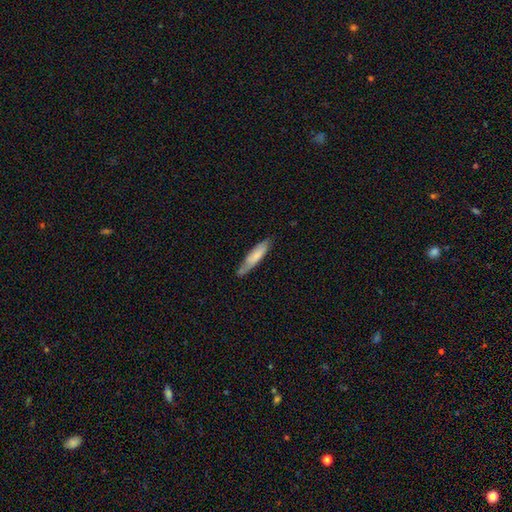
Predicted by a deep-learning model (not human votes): Smooth or featured?
  - smooth: 65% *
  - featured or disk: 29%
  - star or artifact: 6%
How rounded?
  - cigar-shaped: 76% *
  - in between: 23%
  - round: 1%
Merging?
  - none: 69% *
  - minor disturbance: 24%
  - major disturbance: 5%
  - merger: 3%